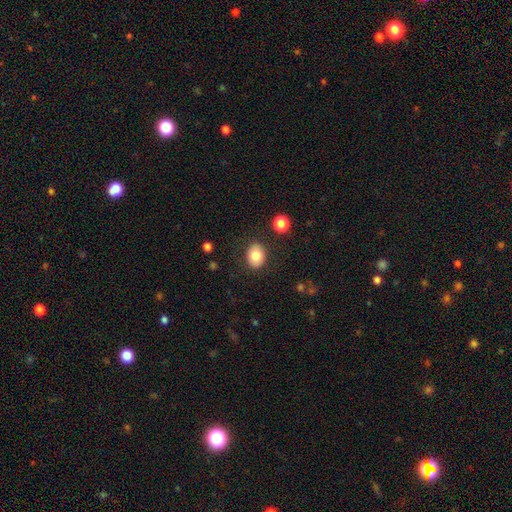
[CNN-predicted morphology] Overall: smooth (83%). How rounded: in between (58%; round 41%). Merging: none (85%).